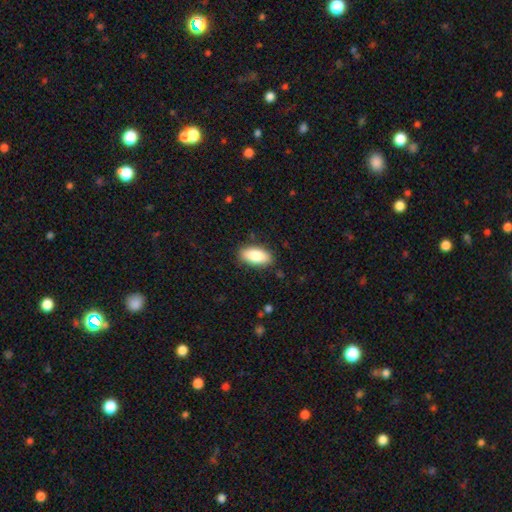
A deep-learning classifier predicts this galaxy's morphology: Overall: smooth (87%). How rounded: in between (89%). Merging: none (86%).